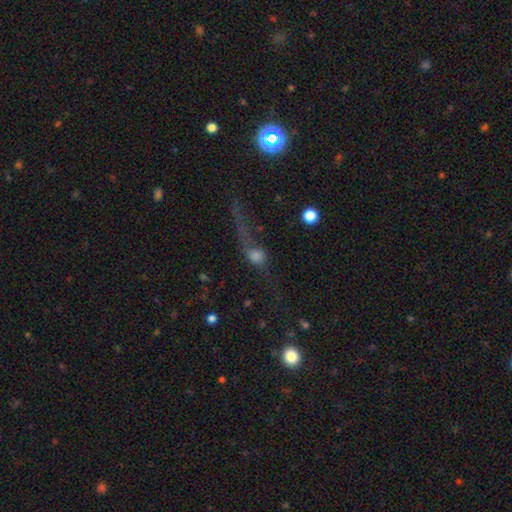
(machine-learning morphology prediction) Smooth or featured? Predicted: smooth (p=0.43). Merging? Predicted: major disturbance (p=0.39).